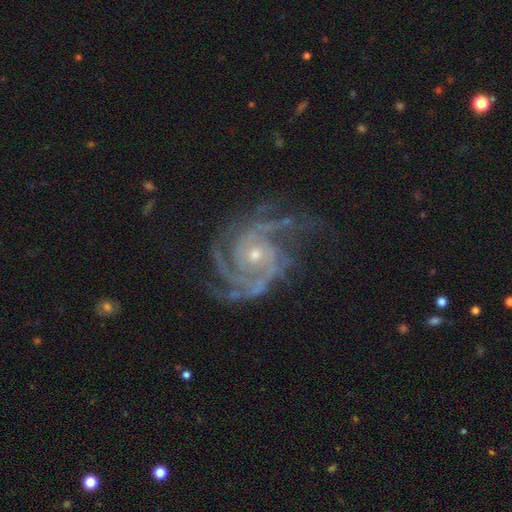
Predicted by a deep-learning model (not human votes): Smooth or featured? featured or disk (92%)
Edge-on disk? no (98%)
Bar? no (71%)
Spiral arms? yes (99%)
Spiral winding? tight (54%)
Spiral arm count? 3 (34%)
Bulge size? small (64%)
Merging? none (69%)